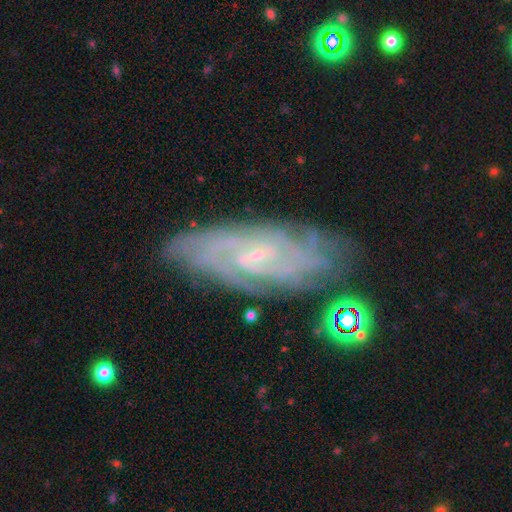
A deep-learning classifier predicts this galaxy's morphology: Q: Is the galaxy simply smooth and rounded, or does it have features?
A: featured or disk — 84%.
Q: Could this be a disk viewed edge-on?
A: no — 90%.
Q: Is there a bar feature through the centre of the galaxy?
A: weak — 44%, tied with no.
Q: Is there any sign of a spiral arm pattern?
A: yes — 96%.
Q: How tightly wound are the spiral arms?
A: tight — 68%.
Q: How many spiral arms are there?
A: can't tell — 36%.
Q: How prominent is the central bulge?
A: small — 80%.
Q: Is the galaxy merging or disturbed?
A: none — 77%.